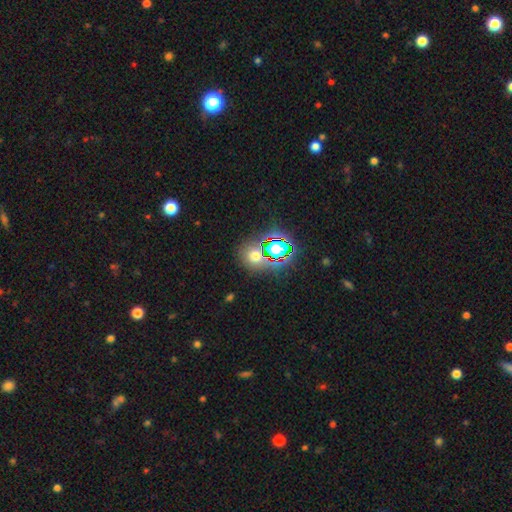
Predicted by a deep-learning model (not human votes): smooth-or-featured: smooth: 53% | star or artifact: 38% | featured or disk: 9%
  how-rounded: round: 76% | in between: 23% | cigar-shaped: 1%
  merging: none: 72% | merger: 12% | minor disturbance: 10% | major disturbance: 5%